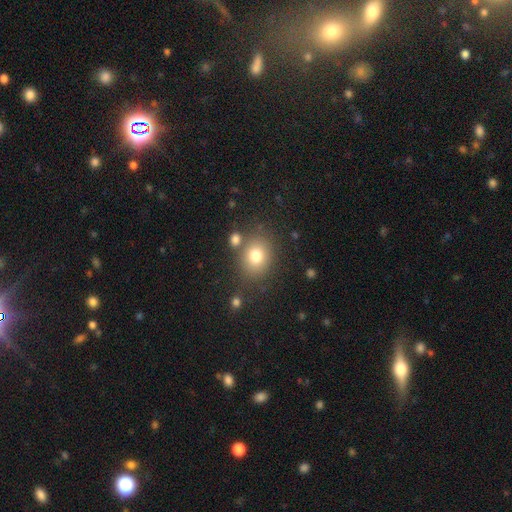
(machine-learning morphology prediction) Q: Smooth or featured?
A: smooth (77%); runner-up: star or artifact (12%)
Q: How rounded?
A: round (56%); runner-up: in between (43%)
Q: Merging?
A: none (74%); runner-up: minor disturbance (11%)